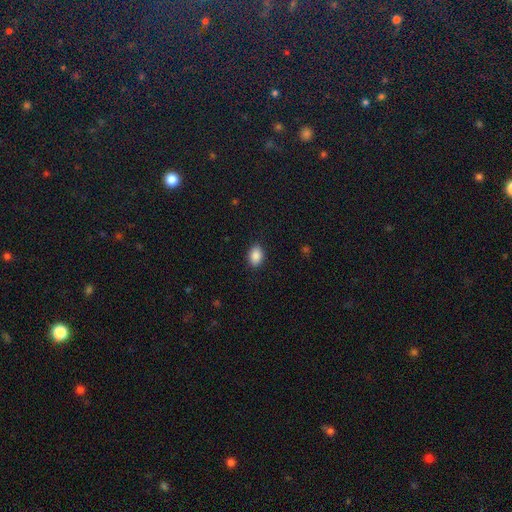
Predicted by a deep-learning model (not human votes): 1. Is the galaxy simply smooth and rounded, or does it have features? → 88% smooth, 8% star or artifact, 3% featured or disk.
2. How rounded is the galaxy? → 80% in between, 19% round, 1% cigar-shaped.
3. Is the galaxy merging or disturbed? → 89% none, 8% minor disturbance, 2% major disturbance, 1% merger.